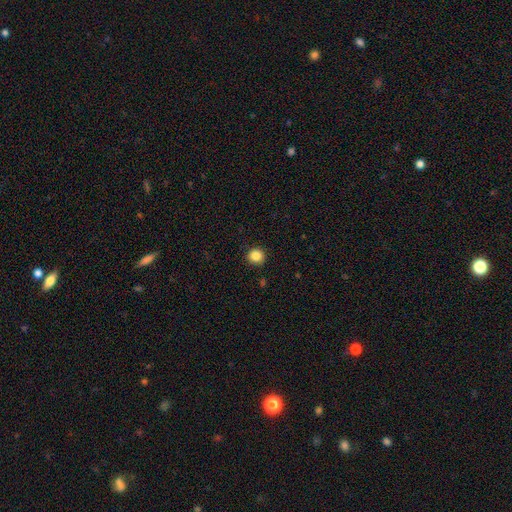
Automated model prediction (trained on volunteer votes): Smooth or featured: smooth — 86% (star or artifact — 11%)
How rounded: round — 93% (in between — 6%)
Merging: none — 90% (minor disturbance — 7%)